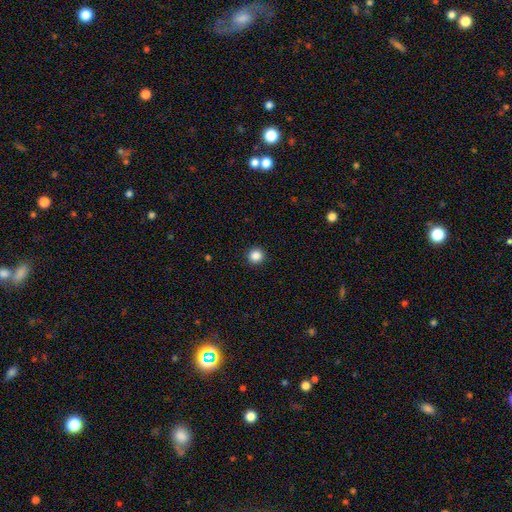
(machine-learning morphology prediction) Q: Smooth or featured?
A: smooth (86%); runner-up: star or artifact (11%)
Q: How rounded?
A: round (94%); runner-up: in between (5%)
Q: Merging?
A: none (92%); runner-up: minor disturbance (5%)